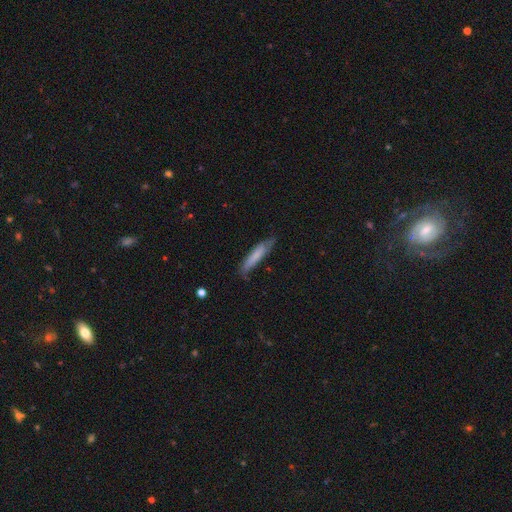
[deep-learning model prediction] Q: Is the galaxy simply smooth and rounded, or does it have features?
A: smooth — 68%.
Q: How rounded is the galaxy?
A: cigar-shaped — 86%.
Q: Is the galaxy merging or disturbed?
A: none — 69%.